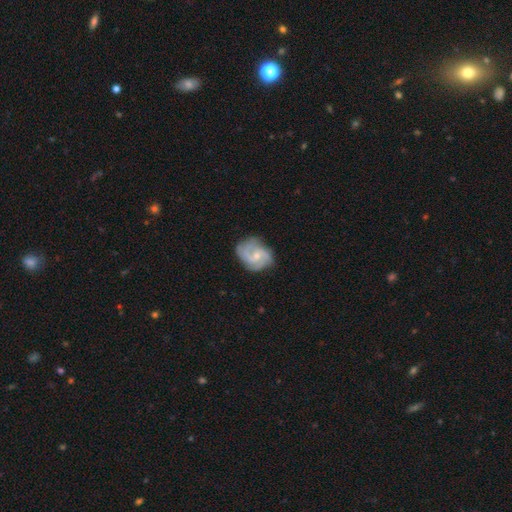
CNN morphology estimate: The model was most divided on "spiral arm count": 3: 43%, 2: 33%, can't tell: 12%, 4: 6%, 1: 4%, more than 4: 3%. Remaining: edge-on disk — no (98%); spiral arms — yes (96%); smooth or featured — featured or disk (82%); merging — none (68%); bulge size — small (59%); bar — no (57%); spiral winding — medium (49%).